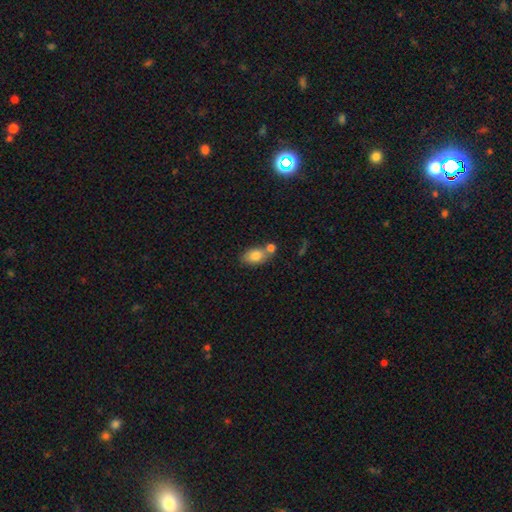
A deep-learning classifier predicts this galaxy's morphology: smooth_or_featured: smooth (p=0.80) [alt: featured or disk p=0.12]
how_rounded: in between (p=0.85) [alt: round p=0.12]
merging: none (p=0.51) [alt: merger p=0.31]